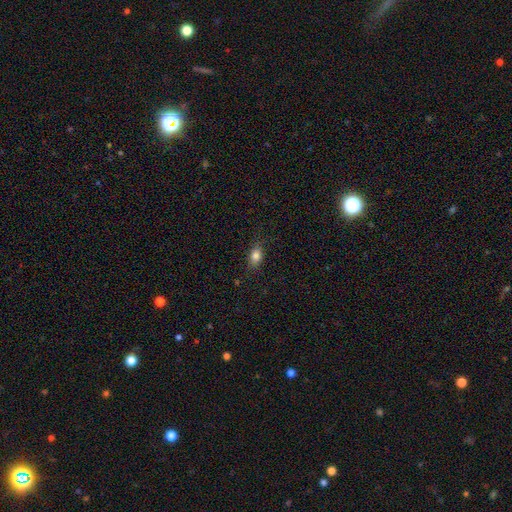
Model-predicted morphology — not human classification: smooth 82%, star or artifact 10%, featured or disk 9%. Down the decision tree: how rounded — in between (76%); merging — none (80%).